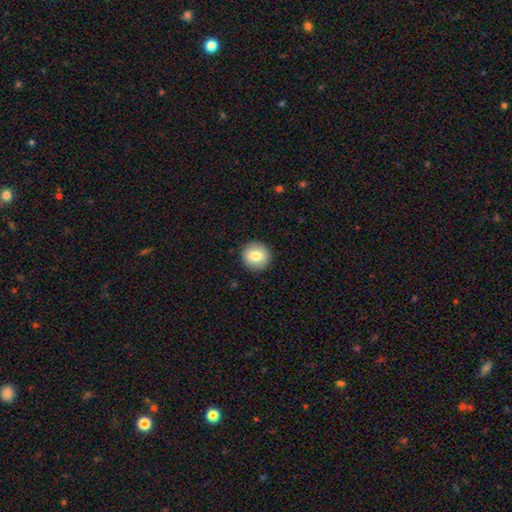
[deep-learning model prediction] Morphology: type=smooth (80%); roundness=round (91%); merging=none (91%).